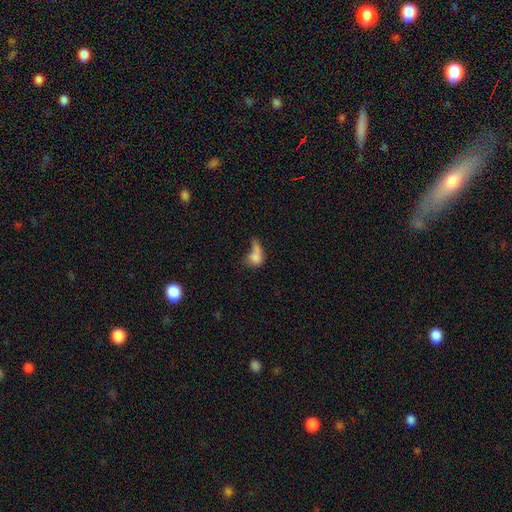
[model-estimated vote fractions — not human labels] Overall: smooth (70%). How rounded: in between (73%). Merging: major disturbance (38%; merger 25%).